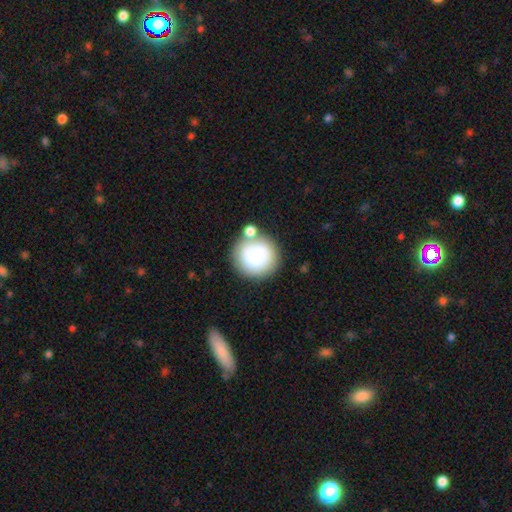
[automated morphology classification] The model was most divided on "merging": none: 59%, merger: 20%, minor disturbance: 14%, major disturbance: 7%. More confident: how rounded — round (91%); smooth or featured — smooth (68%).